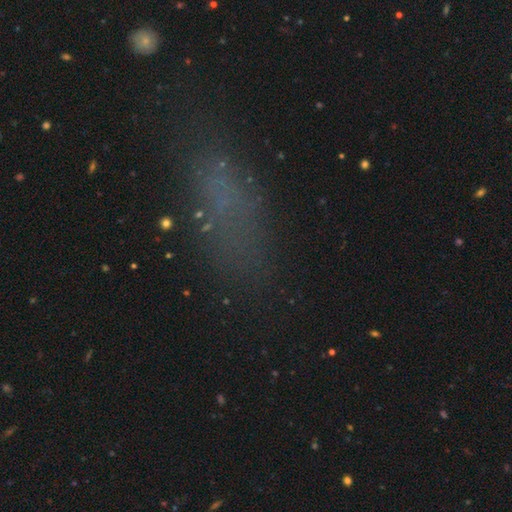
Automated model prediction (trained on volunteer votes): Smooth or featured? Predicted: smooth (p=0.49). Merging? Predicted: none (p=0.64).